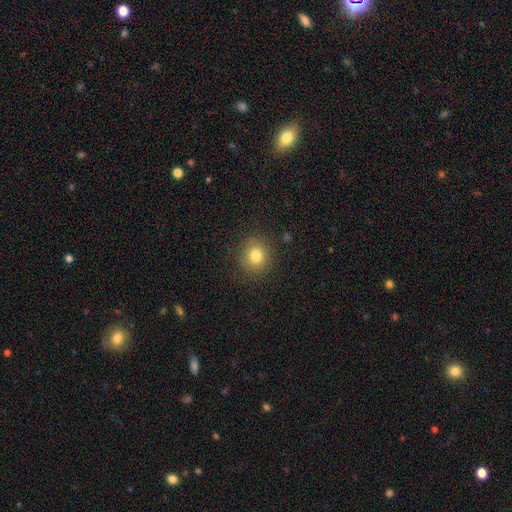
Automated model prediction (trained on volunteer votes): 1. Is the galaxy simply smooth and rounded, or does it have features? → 80% smooth, 12% star or artifact, 9% featured or disk.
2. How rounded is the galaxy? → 83% round, 16% in between, 1% cigar-shaped.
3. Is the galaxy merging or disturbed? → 86% none, 9% minor disturbance, 3% major disturbance, 1% merger.